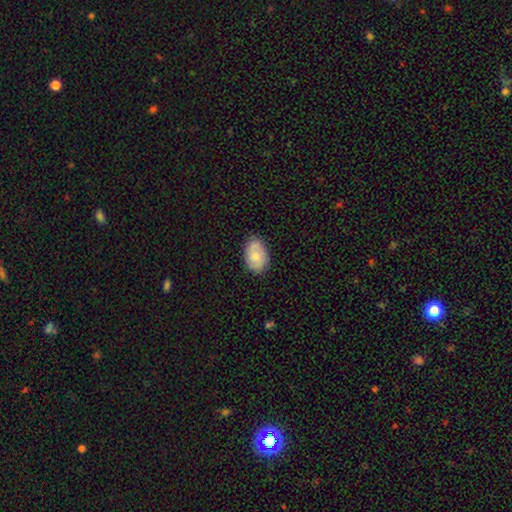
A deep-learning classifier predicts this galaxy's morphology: Smooth or featured? Predicted: smooth (p=0.66). How rounded? Predicted: in between (p=0.86). Merging? Predicted: none (p=0.76).